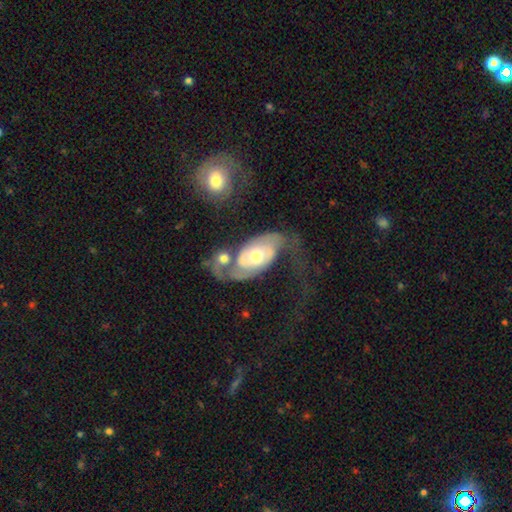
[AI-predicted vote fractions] Smooth or featured? Predicted: featured or disk (p=0.76). Edge-on disk? Predicted: no (p=0.95). Bar? Predicted: no (p=0.70). Spiral arms? Predicted: yes (p=0.85). Spiral winding? Predicted: medium (p=0.37). Spiral arm count? Predicted: 2 (p=0.71). Bulge size? Predicted: moderate (p=0.66). Merging? Predicted: merger (p=0.30).